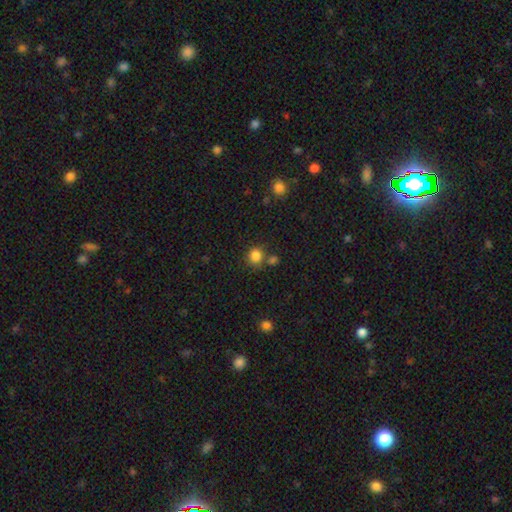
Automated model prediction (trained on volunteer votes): Smooth or featured? Predicted: smooth (p=0.83). How rounded? Predicted: round (p=0.83). Merging? Predicted: none (p=0.68).